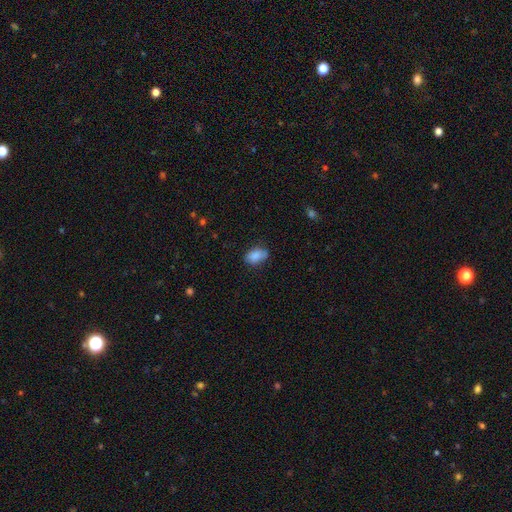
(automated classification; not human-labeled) Smooth or featured: smooth — 86% (star or artifact — 8%)
How rounded: in between — 88% (round — 10%)
Merging: none — 67% (minor disturbance — 25%)